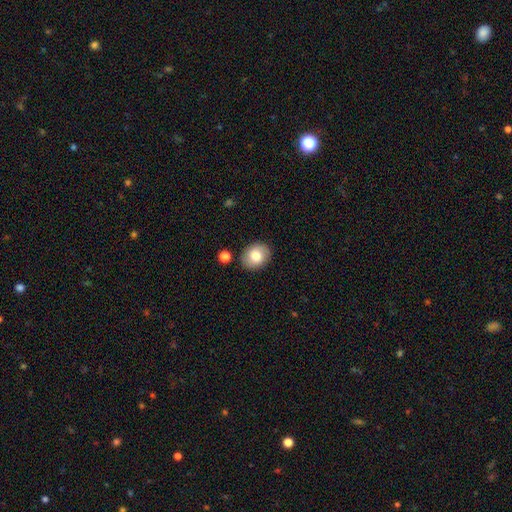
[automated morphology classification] The model was most divided on "how rounded": round: 53%, in between: 46%, cigar-shaped: 1%. More confident: merging — none (86%); smooth or featured — smooth (79%).